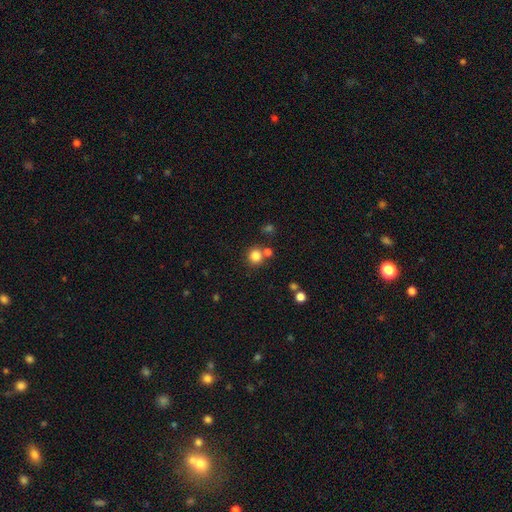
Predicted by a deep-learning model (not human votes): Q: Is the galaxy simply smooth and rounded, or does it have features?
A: smooth — 82%.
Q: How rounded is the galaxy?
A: round — 90%.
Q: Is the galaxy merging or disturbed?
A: none — 72%.